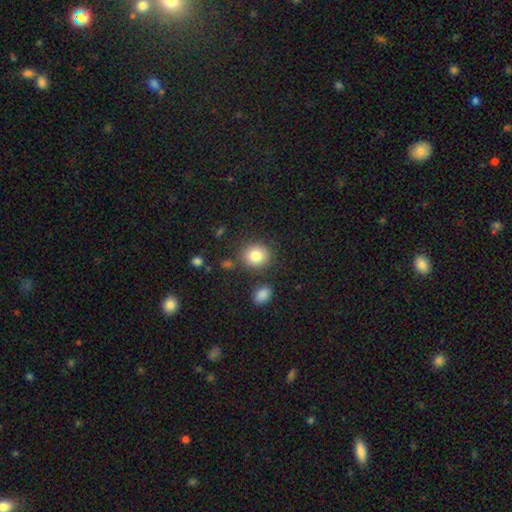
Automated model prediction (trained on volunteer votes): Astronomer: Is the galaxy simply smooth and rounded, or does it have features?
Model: smooth — 83%.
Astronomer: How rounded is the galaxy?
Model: round — 81%.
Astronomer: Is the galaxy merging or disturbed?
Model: none — 82%.